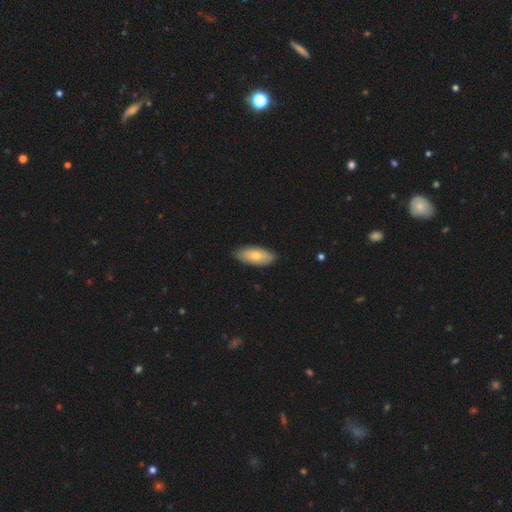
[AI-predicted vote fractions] A smooth galaxy with no disk features (72%) that is in between round and cigar-shaped (89%).

Vote fractions:
- Smooth or featured? smooth: 72% / featured or disk: 23% / star or artifact: 5%
- How rounded? in between: 89% / cigar-shaped: 9% / round: 2%
- Merging? none: 82% / minor disturbance: 15% / major disturbance: 2% / merger: 1%